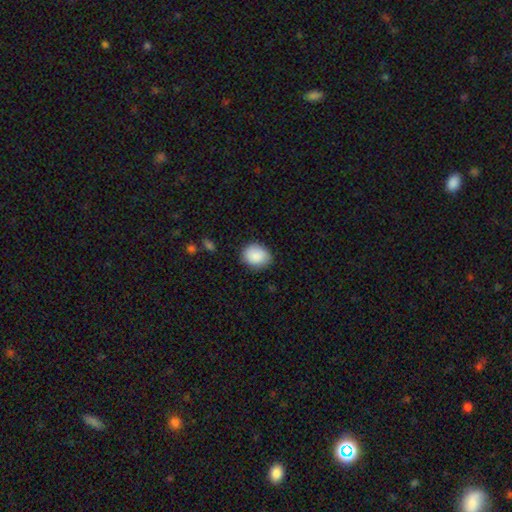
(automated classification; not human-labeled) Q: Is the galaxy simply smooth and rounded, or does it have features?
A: smooth — 89%.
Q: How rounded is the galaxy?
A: round — 50%.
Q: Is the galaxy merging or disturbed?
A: none — 81%.